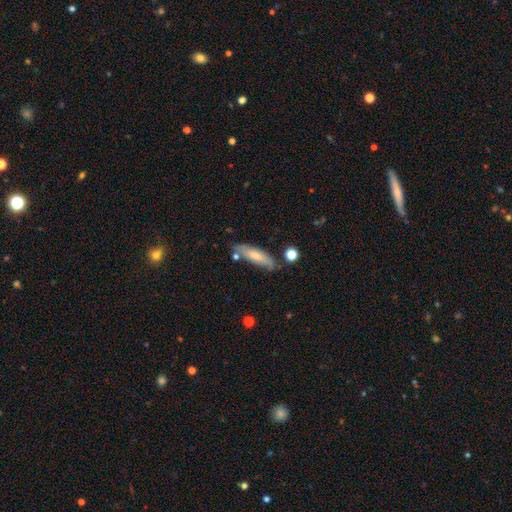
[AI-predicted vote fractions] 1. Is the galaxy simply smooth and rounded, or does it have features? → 67% smooth, 27% featured or disk, 6% star or artifact.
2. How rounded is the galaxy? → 56% cigar-shaped, 42% in between, 2% round.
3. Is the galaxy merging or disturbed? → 70% none, 19% minor disturbance, 7% merger, 4% major disturbance.